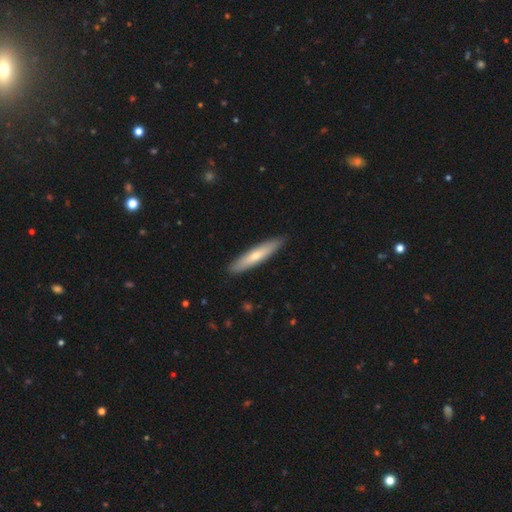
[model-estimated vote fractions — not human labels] This is possibly a smooth galaxy (60%). How rounded: clearly cigar-shaped (87%). Merging: clearly none (90%).